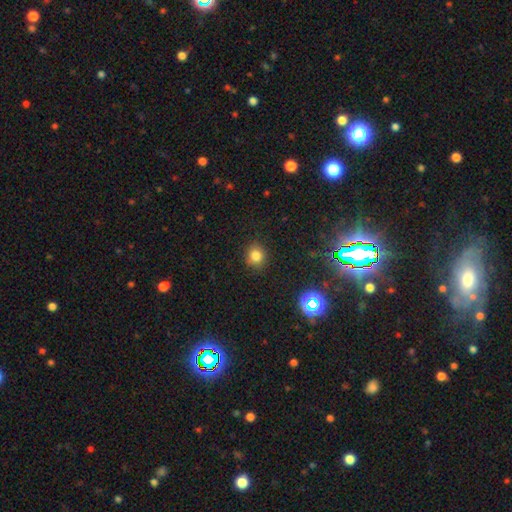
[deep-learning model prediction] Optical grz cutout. It shows a smooth galaxy with no disk features (80%) that is round (83%). Merging: none (88%).